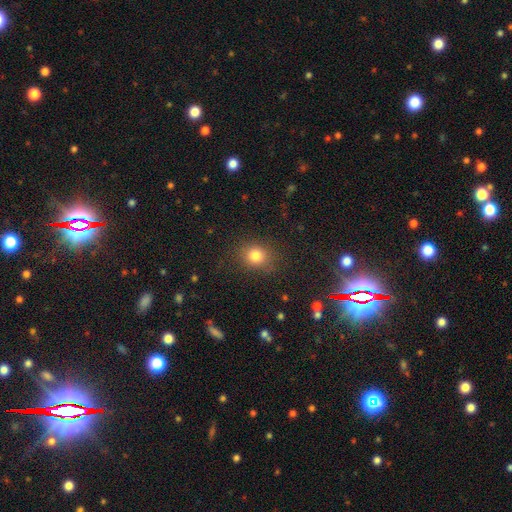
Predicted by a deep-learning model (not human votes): Overall: smooth (81%). How rounded: round (73%). Merging: none (83%).